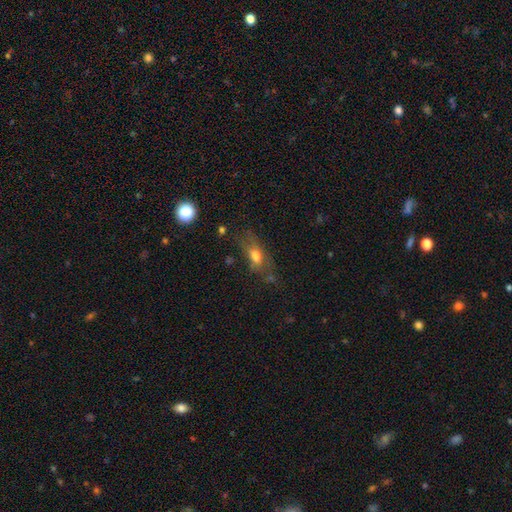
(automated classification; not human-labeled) Q: Smooth or featured?
A: smooth (62%); runner-up: featured or disk (27%)
Q: How rounded?
A: in between (71%); runner-up: cigar-shaped (21%)
Q: Merging?
A: none (50%); runner-up: minor disturbance (26%)